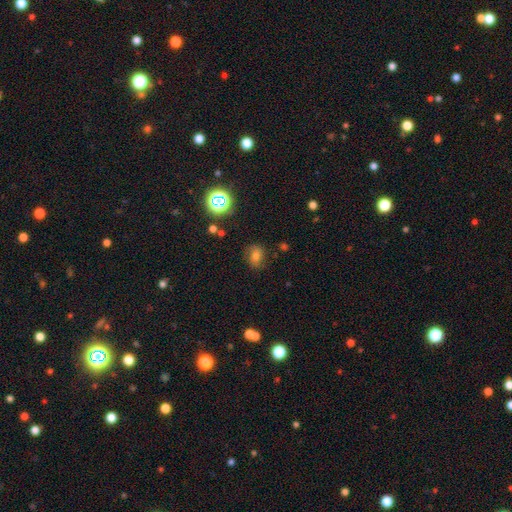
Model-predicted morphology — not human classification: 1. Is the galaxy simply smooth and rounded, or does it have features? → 58% smooth, 21% star or artifact, 21% featured or disk.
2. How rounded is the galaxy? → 54% in between, 45% round, 2% cigar-shaped.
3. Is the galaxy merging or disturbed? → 74% none, 17% minor disturbance, 6% major disturbance, 2% merger.